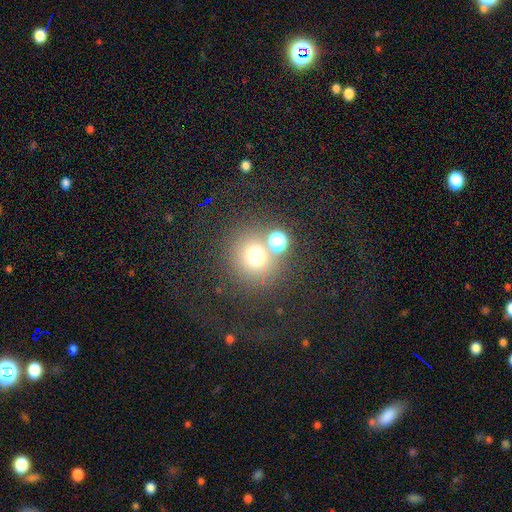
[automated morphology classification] A smooth galaxy with no disk features (69%) that is round (89%).

Vote fractions:
- Smooth or featured? smooth: 69% / star or artifact: 21% / featured or disk: 10%
- How rounded? round: 89% / in between: 10% / cigar-shaped: 1%
- Merging? none: 69% / merger: 17% / minor disturbance: 9% / major disturbance: 5%